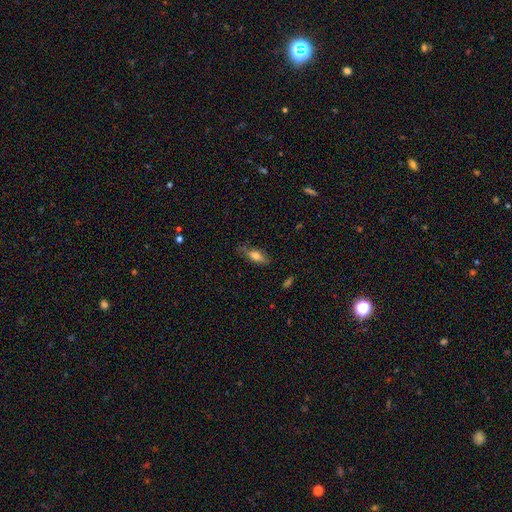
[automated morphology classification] Smooth or featured: smooth — 64% (featured or disk — 28%)
How rounded: in between — 60% (cigar-shaped — 36%)
Merging: none — 71% (minor disturbance — 22%)